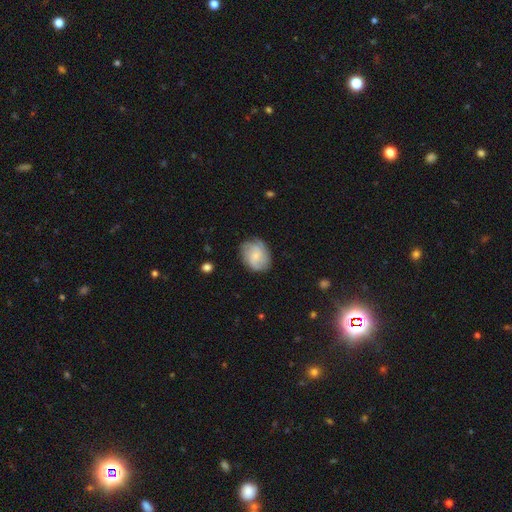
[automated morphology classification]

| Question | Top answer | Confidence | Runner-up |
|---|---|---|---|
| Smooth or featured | featured or disk | 53% | smooth (40%) |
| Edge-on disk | no | 97% | yes (3%) |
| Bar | no | 65% | weak (31%) |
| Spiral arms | yes | 88% | no (12%) |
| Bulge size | small | 63% | moderate (21%) |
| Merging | none | 74% | minor disturbance (19%) |